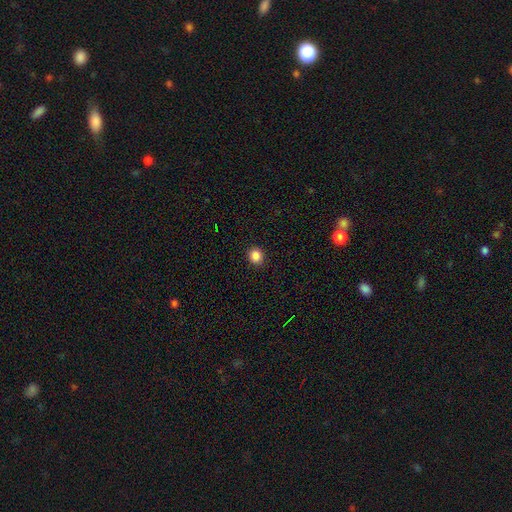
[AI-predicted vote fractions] A smooth galaxy with no disk features (86%) that is round (85%).

Vote fractions:
- Smooth or featured? smooth: 86% / star or artifact: 11% / featured or disk: 3%
- How rounded? round: 85% / in between: 14% / cigar-shaped: 1%
- Merging? none: 92% / minor disturbance: 6% / major disturbance: 2% / merger: 1%